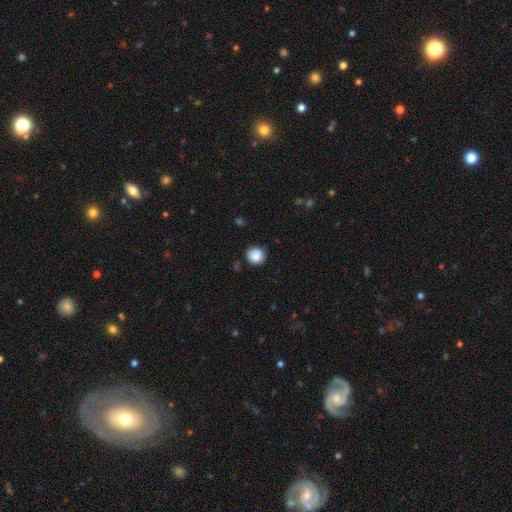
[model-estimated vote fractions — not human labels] Smooth or featured? Predicted: smooth (p=0.87). How rounded? Predicted: round (p=0.91). Merging? Predicted: none (p=0.85).